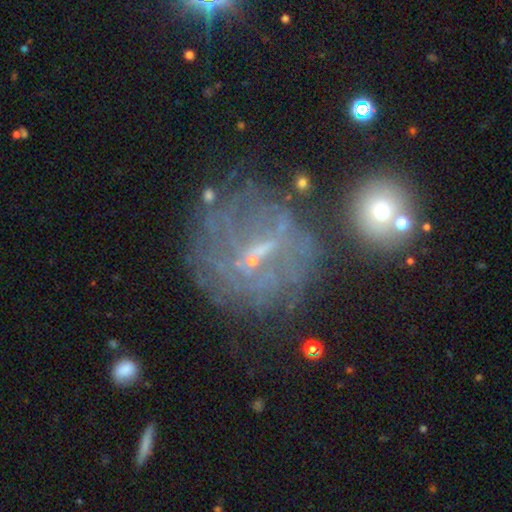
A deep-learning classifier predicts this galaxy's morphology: type=featured or disk (64%); edge-on=no (96%); bar=weak (43%); spiral arms=yes (53%); bulge=small (63%); merging=none (56%).